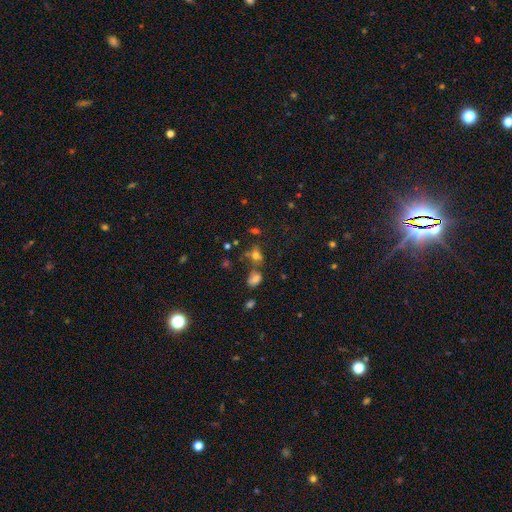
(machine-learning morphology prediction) smooth 61%, star or artifact 23%, featured or disk 17%. Down the decision tree: how rounded — in between (65%); merging — none (49%).